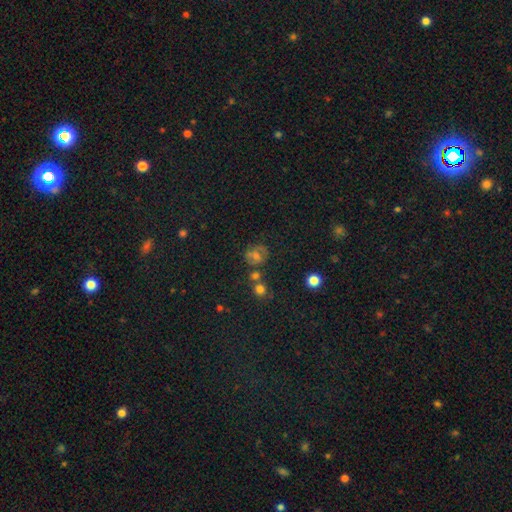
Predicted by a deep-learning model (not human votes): smooth_or_featured: smooth (p=0.44) [alt: star or artifact p=0.29]
merging: none (p=0.61) [alt: minor disturbance p=0.18]